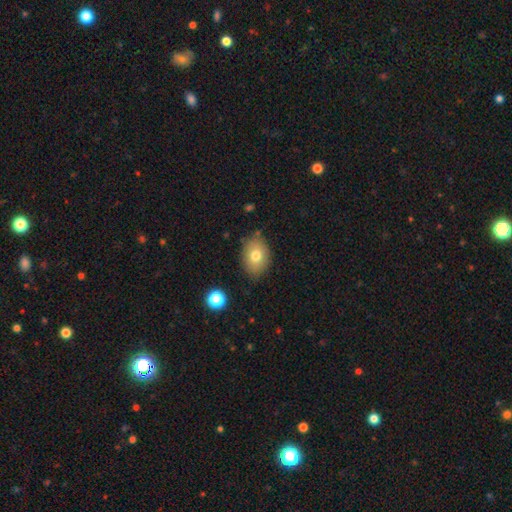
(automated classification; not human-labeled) Q: Smooth or featured?
A: smooth (76%); runner-up: featured or disk (15%)
Q: How rounded?
A: in between (75%); runner-up: round (24%)
Q: Merging?
A: none (79%); runner-up: minor disturbance (15%)